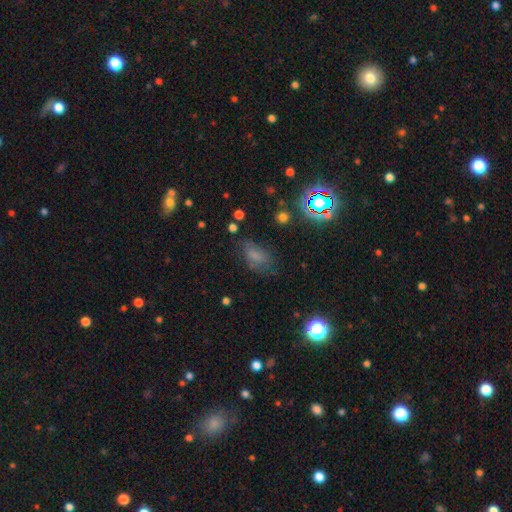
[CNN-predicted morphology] This is possibly a smooth galaxy (59%). How rounded: clearly in between (83%). Merging: possibly none (58%).